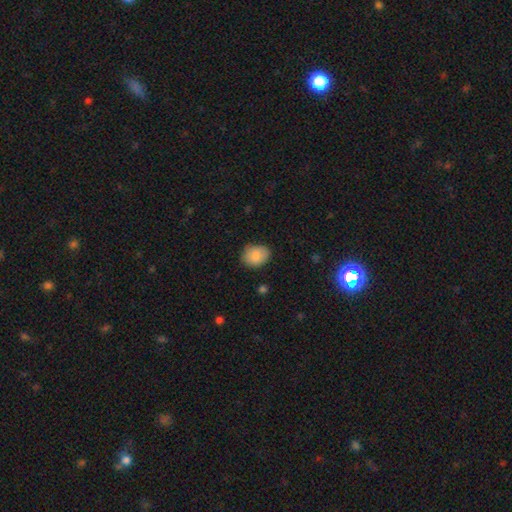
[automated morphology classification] Smooth or featured? Predicted: smooth (p=0.85). How rounded? Predicted: in between (p=0.57). Merging? Predicted: none (p=0.79).